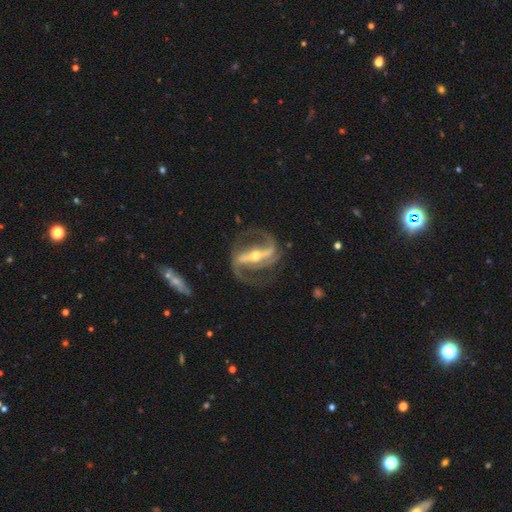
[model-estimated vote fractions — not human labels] Smooth or featured? Predicted: featured or disk (p=0.92). Edge-on disk? Predicted: no (p=0.94). Bar? Predicted: strong (p=0.78). Spiral arms? Predicted: yes (p=0.97). Spiral winding? Predicted: medium (p=0.54). Spiral arm count? Predicted: 2 (p=0.91). Bulge size? Predicted: moderate (p=0.49). Merging? Predicted: none (p=0.77).